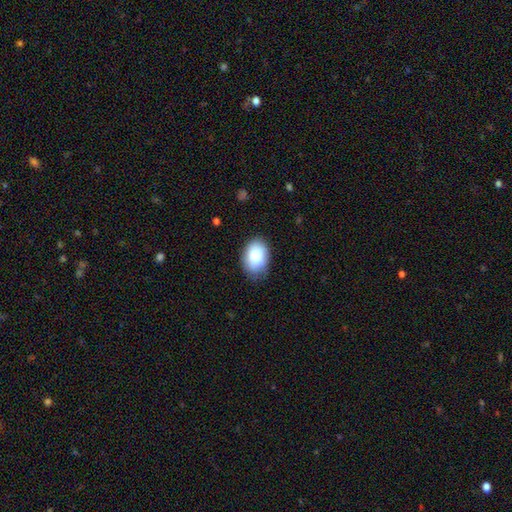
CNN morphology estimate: Overall: smooth (85%). How rounded: in between (84%). Merging: none (78%).